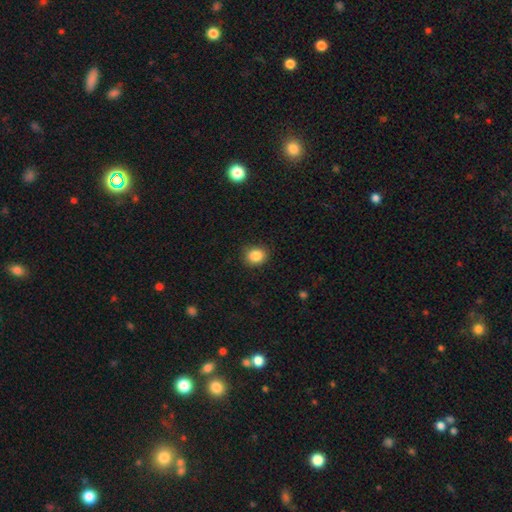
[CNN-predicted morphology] smooth 86%, star or artifact 10%, featured or disk 4%. Down the decision tree: how rounded — round (73%); merging — none (86%).